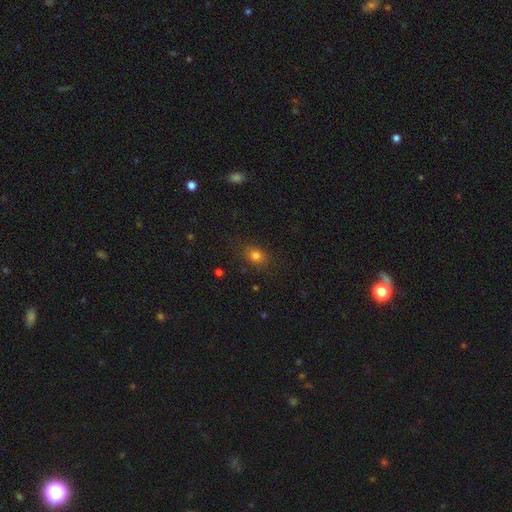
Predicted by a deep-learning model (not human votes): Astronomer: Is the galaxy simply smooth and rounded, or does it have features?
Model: smooth — 79%.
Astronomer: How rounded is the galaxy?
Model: in between — 52% (runner-up: round, 47%).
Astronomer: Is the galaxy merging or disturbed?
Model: none — 82%.